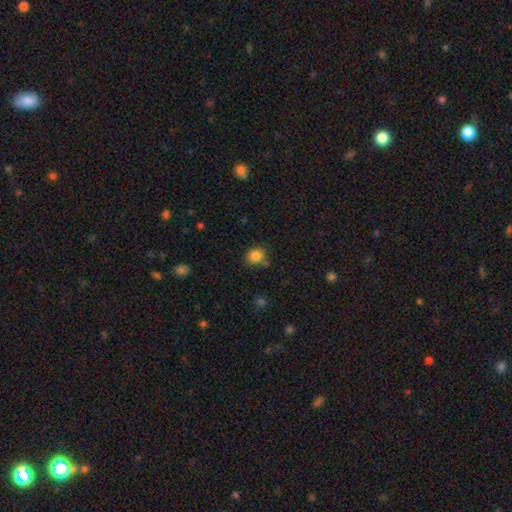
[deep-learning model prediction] Smooth or featured?
  - smooth: 83% *
  - star or artifact: 11%
  - featured or disk: 5%
How rounded?
  - round: 79% *
  - in between: 20%
  - cigar-shaped: 1%
Merging?
  - none: 66% *
  - minor disturbance: 21%
  - merger: 7%
  - major disturbance: 5%